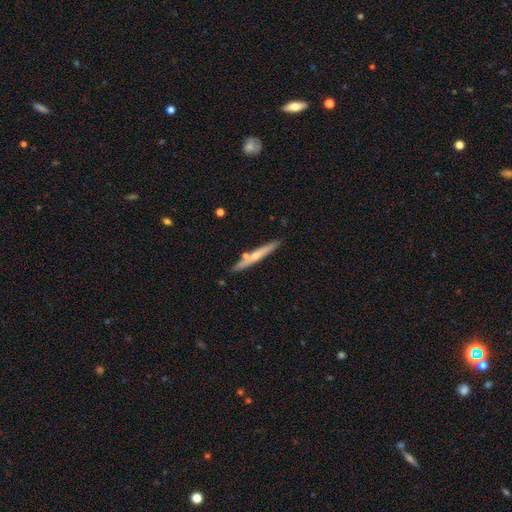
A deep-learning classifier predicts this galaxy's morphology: type=featured or disk (48%); merging=none (81%).